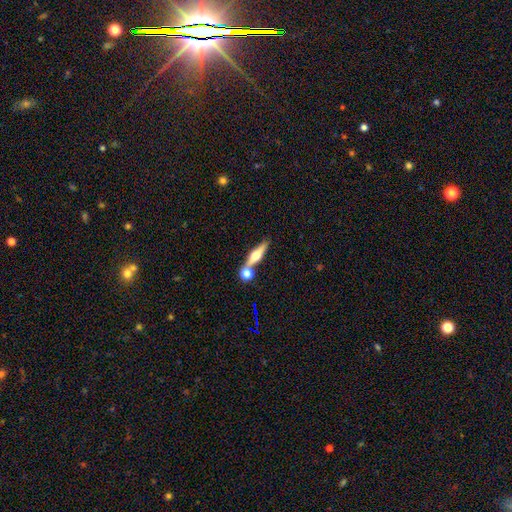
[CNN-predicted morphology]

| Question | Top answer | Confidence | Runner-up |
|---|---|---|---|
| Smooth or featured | featured or disk | 56% | smooth (37%) |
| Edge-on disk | yes | 92% | no (8%) |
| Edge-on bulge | rounded | 92% | boxy (5%) |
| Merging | none | 63% | merger (24%) |